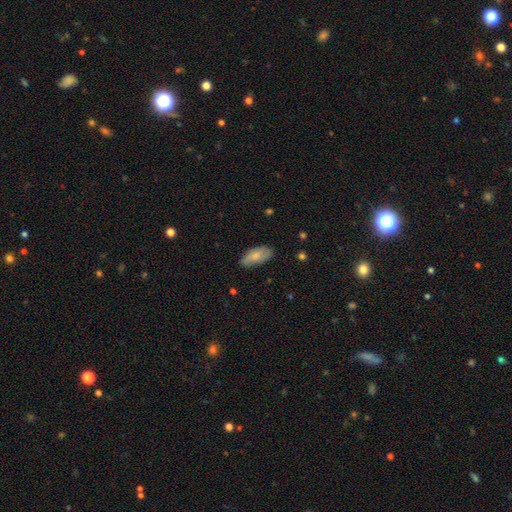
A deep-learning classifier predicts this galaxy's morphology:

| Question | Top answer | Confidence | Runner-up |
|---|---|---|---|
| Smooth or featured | smooth | 74% | featured or disk (19%) |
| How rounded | in between | 90% | cigar-shaped (8%) |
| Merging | none | 72% | minor disturbance (22%) |